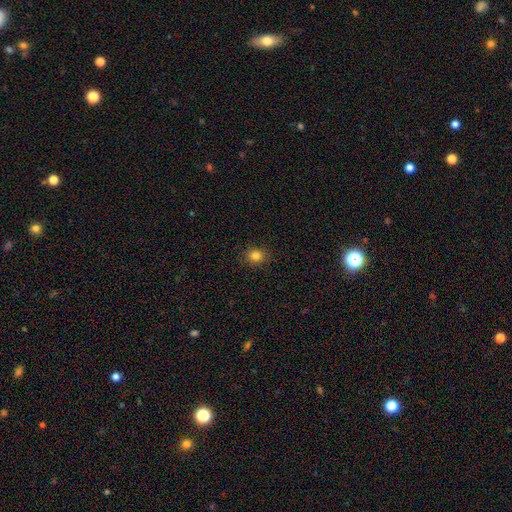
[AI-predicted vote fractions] This is clearly a smooth galaxy (83%). How rounded: likely round (71%). Merging: clearly none (88%).